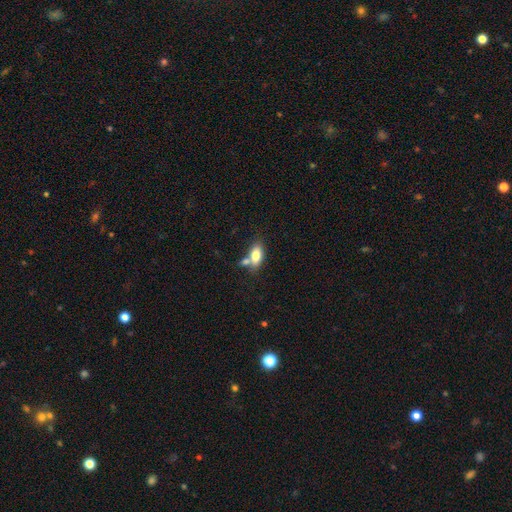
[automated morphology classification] Smooth or featured?
  - smooth: 79% *
  - featured or disk: 14%
  - star or artifact: 8%
How rounded?
  - in between: 86% *
  - cigar-shaped: 9%
  - round: 4%
Merging?
  - none: 50% *
  - merger: 31%
  - minor disturbance: 14%
  - major disturbance: 5%